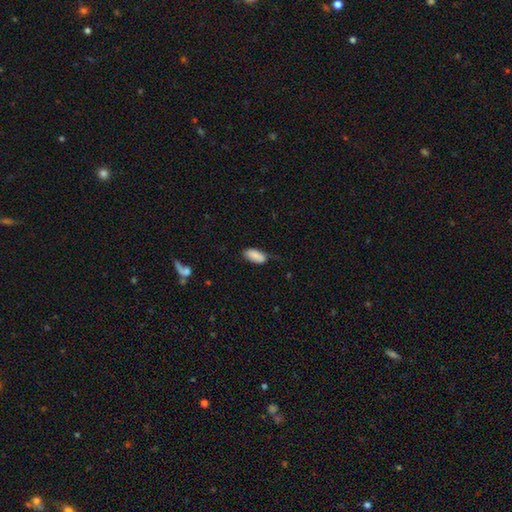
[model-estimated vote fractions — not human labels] Smooth or featured: smooth — 85% (featured or disk — 8%)
How rounded: in between — 93% (cigar-shaped — 5%)
Merging: none — 54% (minor disturbance — 33%)